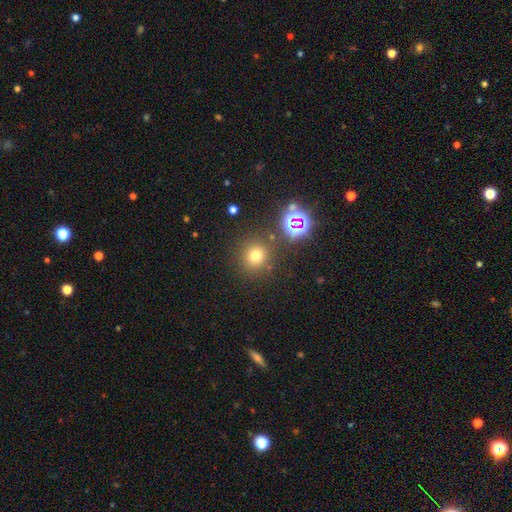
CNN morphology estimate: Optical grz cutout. It shows a smooth galaxy with no disk features (69%) that is round (91%). Merging: none (84%).